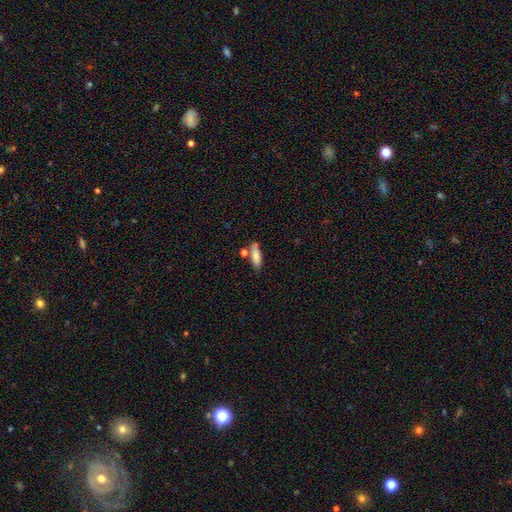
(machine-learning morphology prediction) Smooth or featured? smooth (81%)
How rounded? in between (51%)
Merging? none (64%)